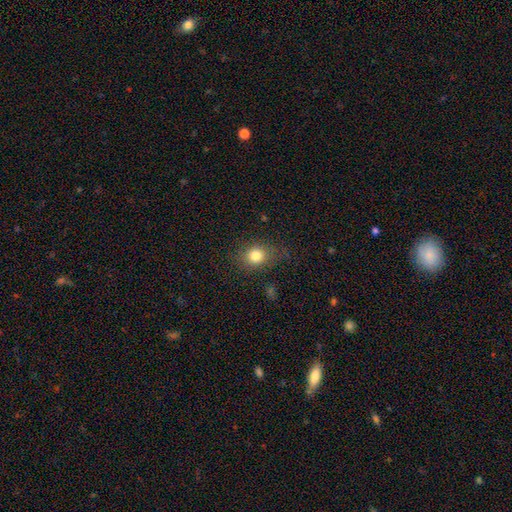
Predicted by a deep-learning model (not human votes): This is clearly a smooth galaxy (81%). How rounded: likely round (62%). Merging: likely none (75%).